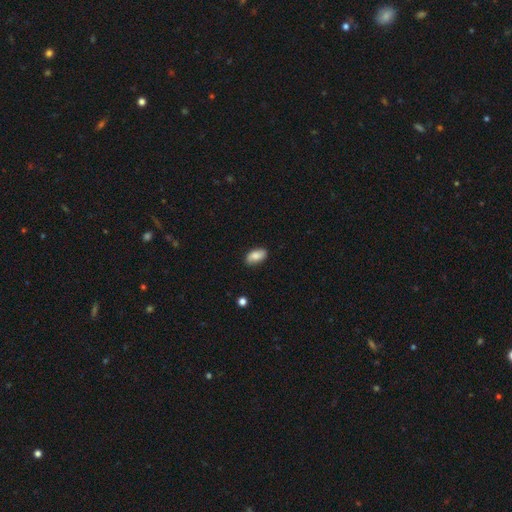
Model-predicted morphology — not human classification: smooth_or_featured: smooth (p=0.80) [alt: featured or disk p=0.13]
how_rounded: in between (p=0.93) [alt: round p=0.04]
merging: none (p=0.82) [alt: minor disturbance p=0.14]